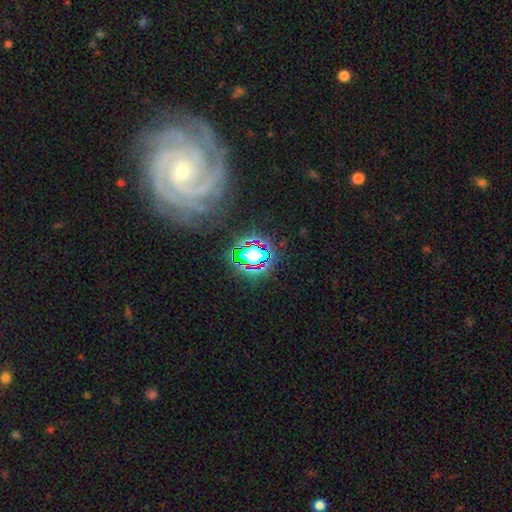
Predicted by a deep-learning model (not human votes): This appears to be a star or artifact, not a galaxy (65%).